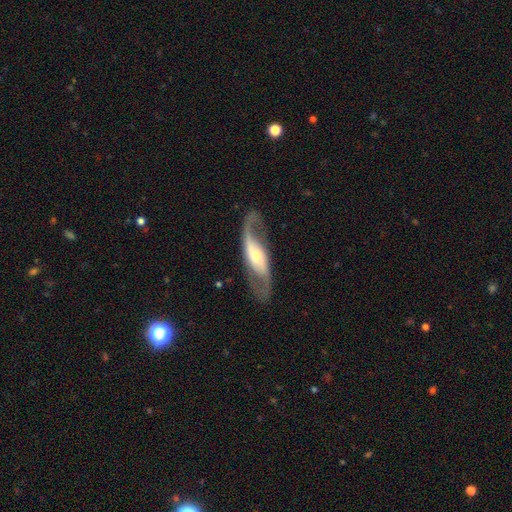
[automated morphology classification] Smooth or featured? featured or disk (85%)
Edge-on disk? no (89%)
Bar? no (43%)
Spiral arms? yes (92%)
Spiral winding? loose (57%)
Spiral arm count? 2 (90%)
Bulge size? moderate (46%)
Merging? none (77%)